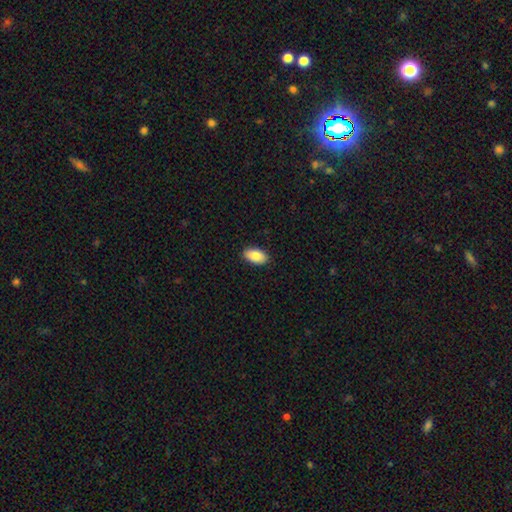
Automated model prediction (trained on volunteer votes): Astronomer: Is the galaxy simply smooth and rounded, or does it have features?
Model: smooth — 86%.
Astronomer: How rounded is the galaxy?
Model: in between — 94%.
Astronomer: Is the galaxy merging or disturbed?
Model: none — 90%.